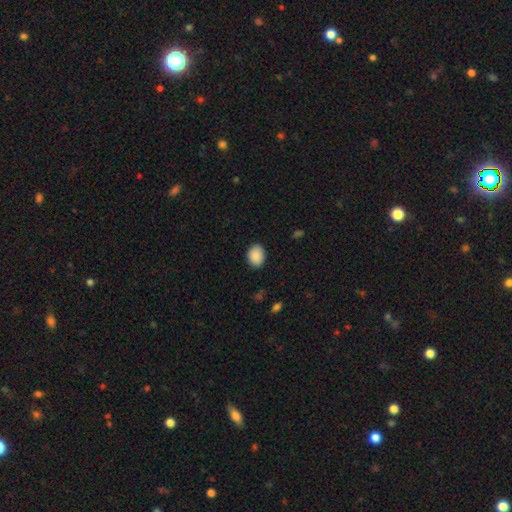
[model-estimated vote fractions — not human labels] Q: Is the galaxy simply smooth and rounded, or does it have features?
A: smooth — 90%.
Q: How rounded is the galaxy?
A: in between — 65%.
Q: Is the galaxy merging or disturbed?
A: none — 87%.